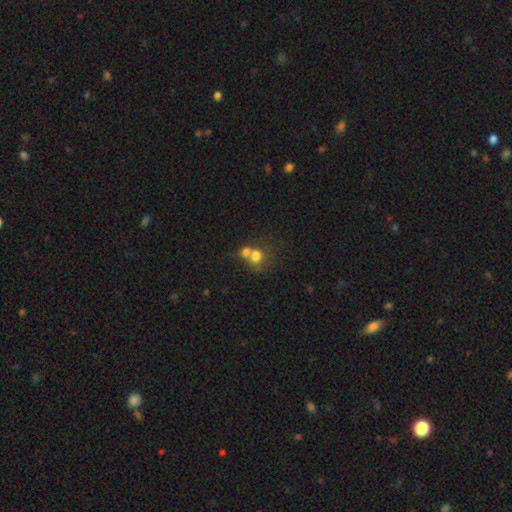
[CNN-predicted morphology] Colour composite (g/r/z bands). It shows a smooth galaxy with no disk features (73%) that is round (74%). Merging: merger (62%).